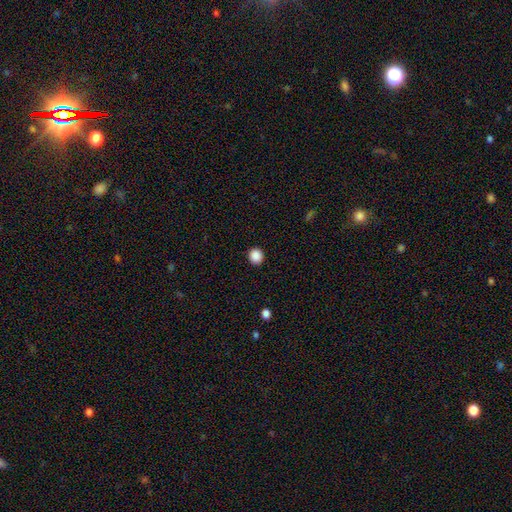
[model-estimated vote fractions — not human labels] smooth_or_featured: smooth (p=0.88) [alt: star or artifact p=0.10]
how_rounded: round (p=0.90) [alt: in between p=0.09]
merging: none (p=0.92) [alt: minor disturbance p=0.05]